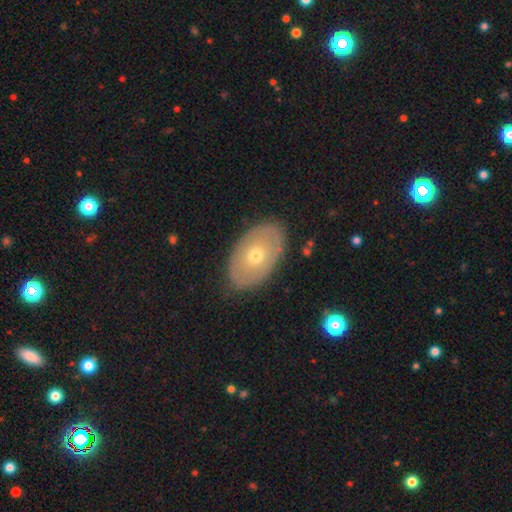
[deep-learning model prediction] Smooth or featured?
  - featured or disk: 50% *
  - smooth: 44%
  - star or artifact: 6%
Merging?
  - none: 84% *
  - minor disturbance: 12%
  - major disturbance: 3%
  - merger: 1%